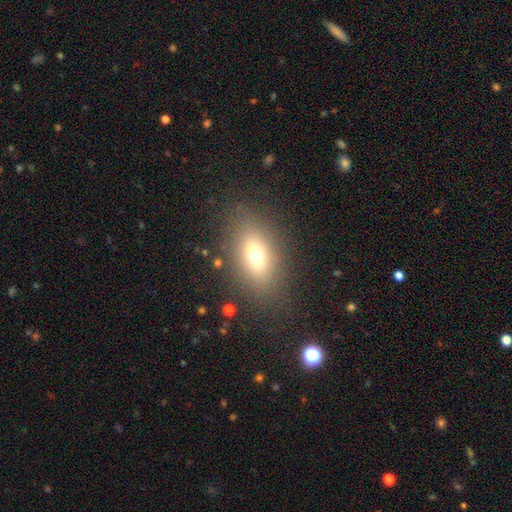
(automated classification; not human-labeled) smooth 69%, featured or disk 17%, star or artifact 13%. Down the decision tree: how rounded — in between (82%); merging — none (83%).